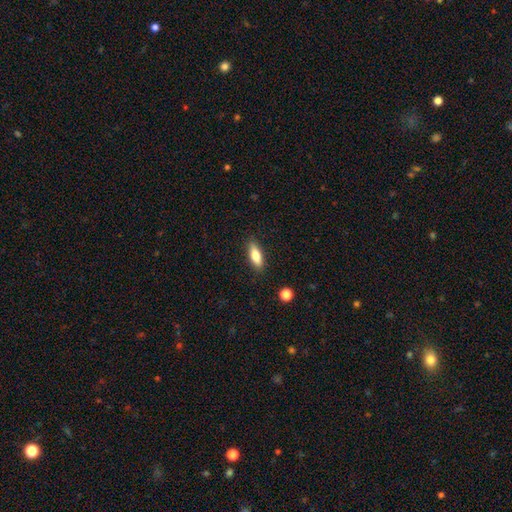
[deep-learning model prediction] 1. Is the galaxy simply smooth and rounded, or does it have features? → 77% smooth, 16% featured or disk, 7% star or artifact.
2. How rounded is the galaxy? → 62% in between, 36% cigar-shaped, 2% round.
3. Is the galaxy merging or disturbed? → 88% none, 9% minor disturbance, 2% major disturbance, 1% merger.